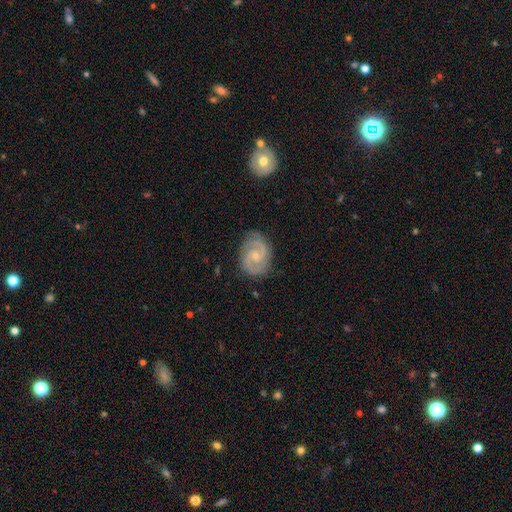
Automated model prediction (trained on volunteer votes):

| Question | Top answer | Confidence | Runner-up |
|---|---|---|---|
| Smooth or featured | featured or disk | 89% | smooth (7%) |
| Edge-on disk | no | 98% | yes (2%) |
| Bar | no | 52% | weak (41%) |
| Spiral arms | yes | 98% | no (2%) |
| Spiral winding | medium | 47% | tight (44%) |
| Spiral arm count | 2 | 90% | can't tell (3%) |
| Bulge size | small | 59% | moderate (35%) |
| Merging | none | 82% | minor disturbance (14%) |